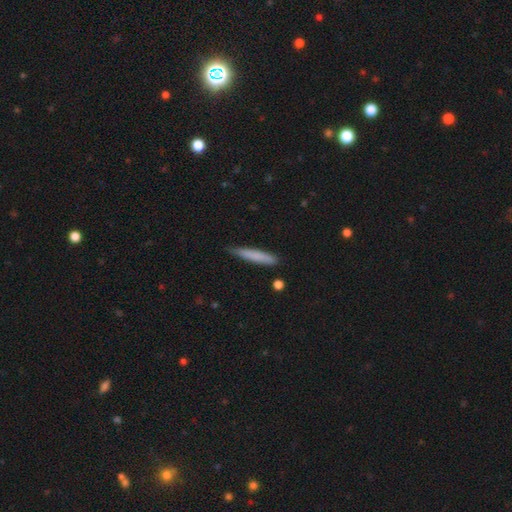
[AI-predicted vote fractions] A smooth galaxy with no disk features (77%) that is cigar-shaped (93%).

Vote fractions:
- Smooth or featured? smooth: 77% / featured or disk: 17% / star or artifact: 6%
- How rounded? cigar-shaped: 93% / in between: 6% / round: 1%
- Merging? none: 77% / minor disturbance: 18% / major disturbance: 3% / merger: 2%